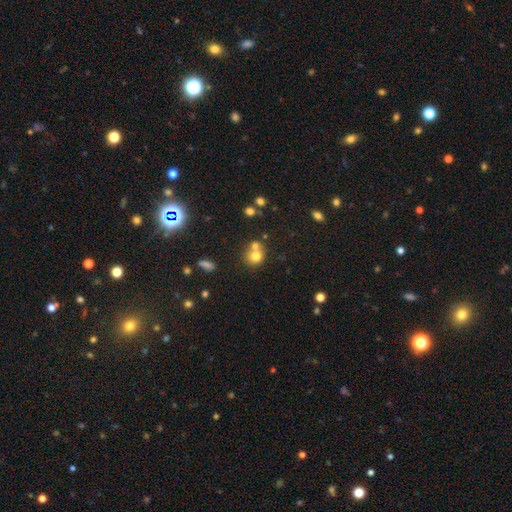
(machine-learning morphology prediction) Smooth or featured?
  - smooth: 73% *
  - featured or disk: 14%
  - star or artifact: 13%
How rounded?
  - round: 78% *
  - in between: 21%
  - cigar-shaped: 1%
Merging?
  - merger: 46% *
  - none: 42%
  - minor disturbance: 9%
  - major disturbance: 4%